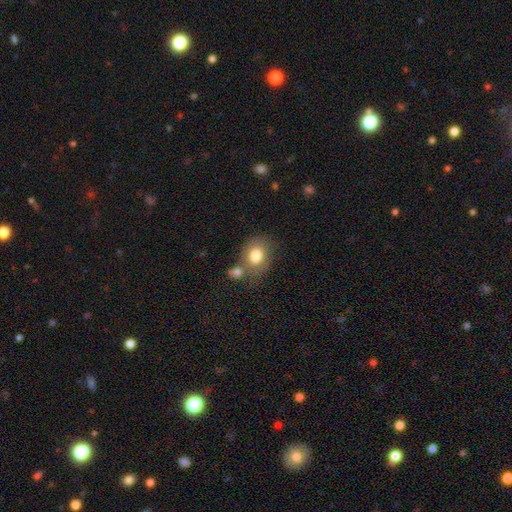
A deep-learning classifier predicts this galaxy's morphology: Smooth or featured? Predicted: smooth (p=0.78). How rounded? Predicted: round (p=0.50). Merging? Predicted: none (p=0.50).